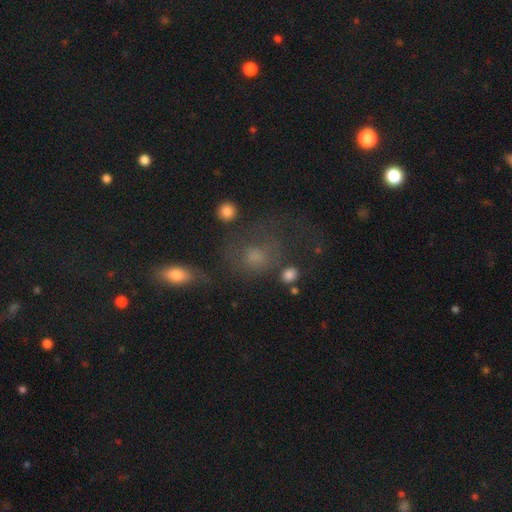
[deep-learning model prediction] smooth_or_featured: smooth (p=0.53) [alt: featured or disk p=0.28]
how_rounded: round (p=0.56) [alt: in between p=0.42]
merging: none (p=0.43) [alt: major disturbance p=0.28]